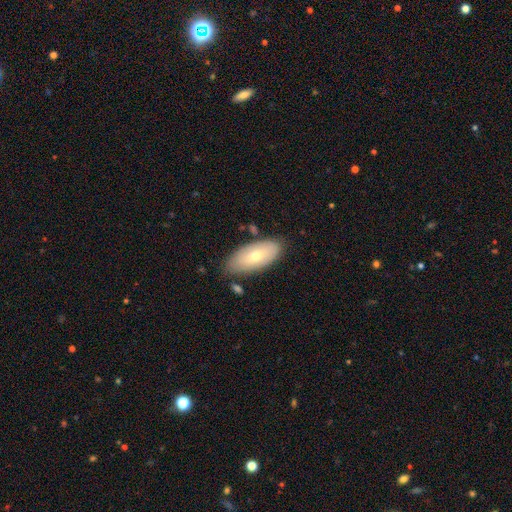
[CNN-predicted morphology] smooth 66%, featured or disk 28%, star or artifact 6%. Down the decision tree: how rounded — in between (89%); merging — none (77%).